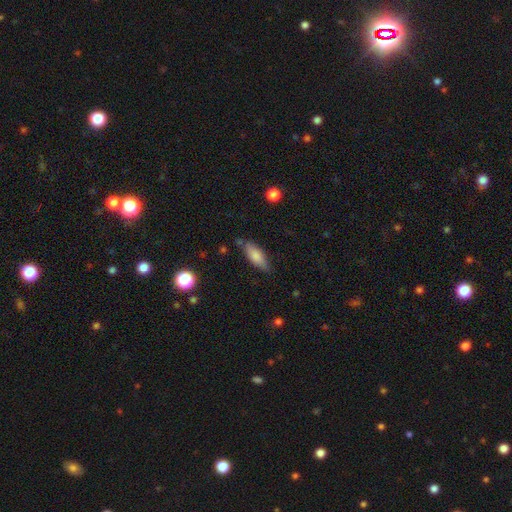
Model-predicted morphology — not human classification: Smooth or featured? Predicted: smooth (p=0.78). How rounded? Predicted: in between (p=0.65). Merging? Predicted: none (p=0.75).